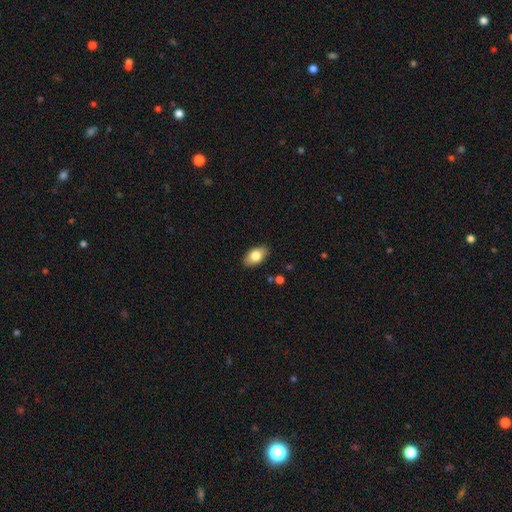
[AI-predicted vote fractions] A smooth galaxy with no disk features (79%) that is in between round and cigar-shaped (92%).

Vote fractions:
- Smooth or featured? smooth: 79% / featured or disk: 13% / star or artifact: 7%
- How rounded? in between: 92% / round: 6% / cigar-shaped: 2%
- Merging? none: 87% / minor disturbance: 10% / major disturbance: 2% / merger: 1%